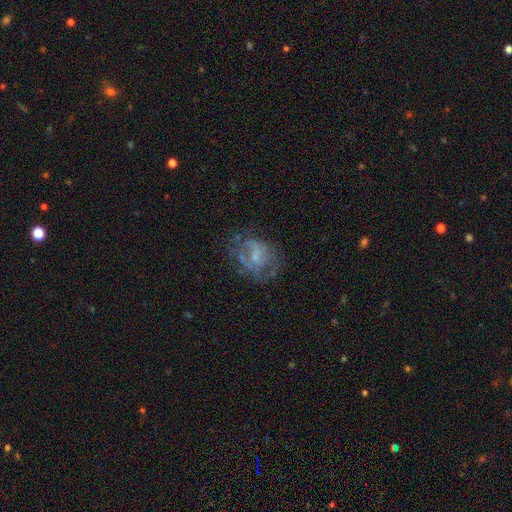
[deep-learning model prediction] Overall: featured or disk (58%; smooth 31%). Edge-on disk: no (97%). Bar: no (60%; weak 33%). Spiral arms: no (60%; yes 40%). Bulge size: small (46%; moderate 27%). Merging: none (46%; major disturbance 29%).